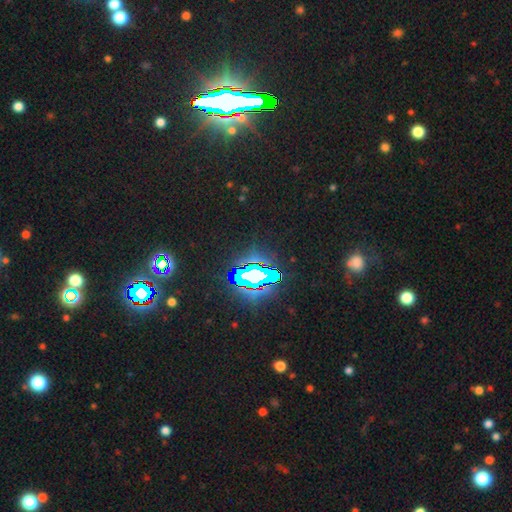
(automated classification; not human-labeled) Smooth or featured: star or artifact — 83% (smooth — 9%)